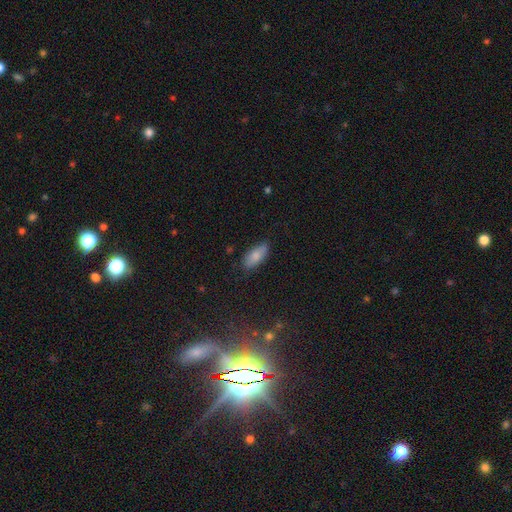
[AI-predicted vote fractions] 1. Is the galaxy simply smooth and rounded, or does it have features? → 82% smooth, 11% featured or disk, 7% star or artifact.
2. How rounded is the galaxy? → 83% in between, 15% cigar-shaped, 2% round.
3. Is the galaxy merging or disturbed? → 79% none, 16% minor disturbance, 3% major disturbance, 1% merger.